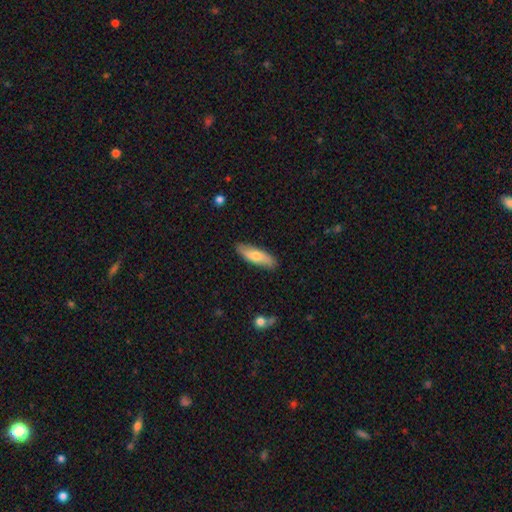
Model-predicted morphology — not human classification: A smooth galaxy with no disk features (67%) that is cigar-shaped (51%).

Vote fractions:
- Smooth or featured? smooth: 67% / featured or disk: 28% / star or artifact: 6%
- How rounded? cigar-shaped: 51% / in between: 46% / round: 2%
- Merging? none: 86% / minor disturbance: 11% / major disturbance: 2% / merger: 1%